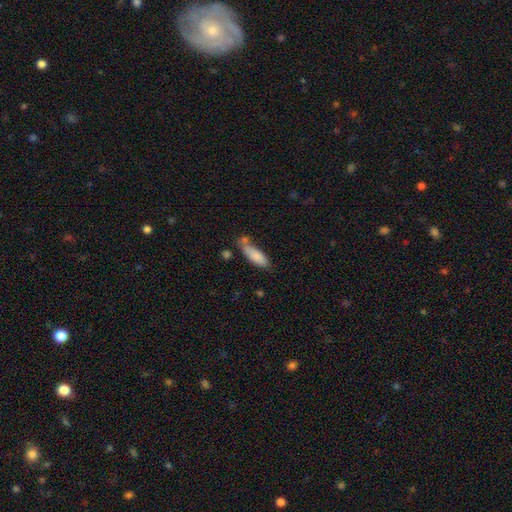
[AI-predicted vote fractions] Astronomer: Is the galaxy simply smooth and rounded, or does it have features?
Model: smooth — 82%.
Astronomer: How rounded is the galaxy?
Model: in between — 61% (runner-up: cigar-shaped, 37%).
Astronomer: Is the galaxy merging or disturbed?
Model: none — 54%.